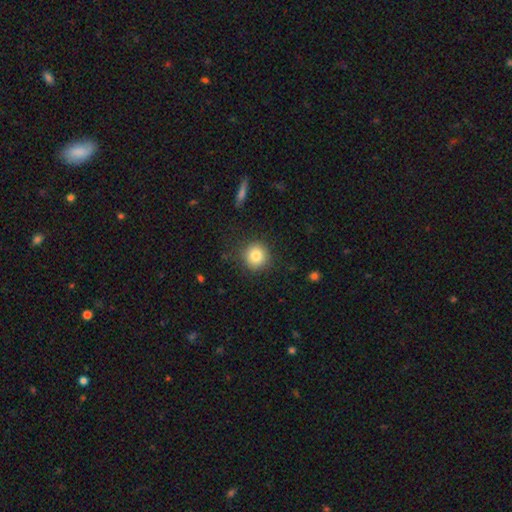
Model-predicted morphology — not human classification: This appears to be a smooth galaxy with no disk features (82%) that is round (93%). Merging: none (86%).